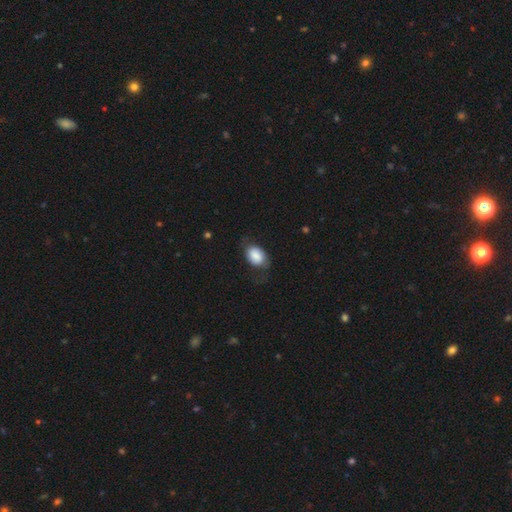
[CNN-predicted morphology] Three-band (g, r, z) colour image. It shows a smooth galaxy with no disk features (78%) that is in between round and cigar-shaped (81%). Merging: none (56%).